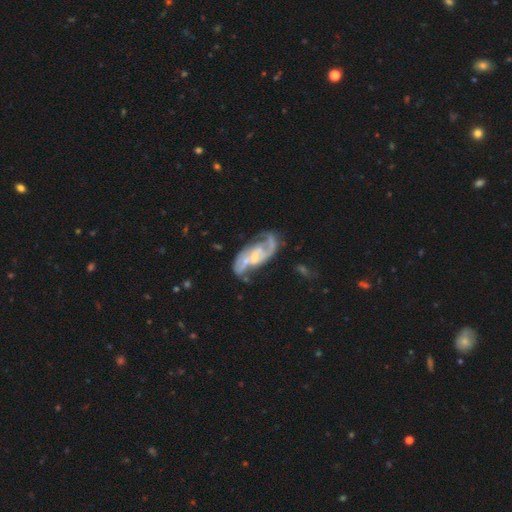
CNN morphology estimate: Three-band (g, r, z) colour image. It shows a featured or disk galaxy (84%) with a weak bar (43%), 2 (70%) medium (47%) spiral arms (90%) and a small central bulge (57%). Merging: none (42%).